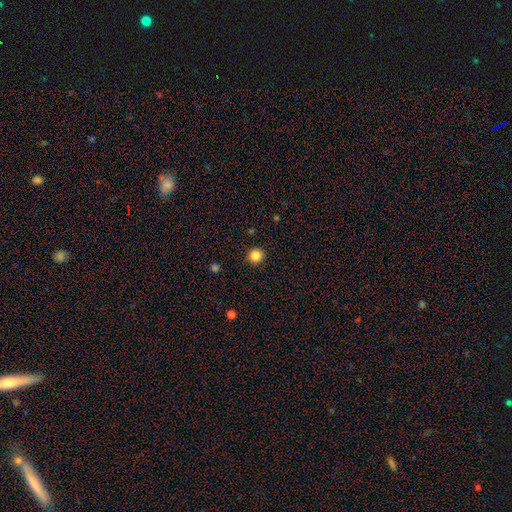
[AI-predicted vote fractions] This appears to be a smooth galaxy with no disk features (84%) that is round (94%). Merging: none (93%).